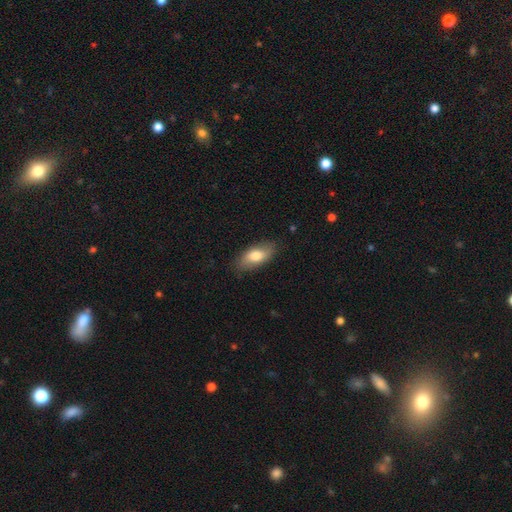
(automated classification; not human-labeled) Overall: smooth (74%). How rounded: in between (86%). Merging: none (83%).